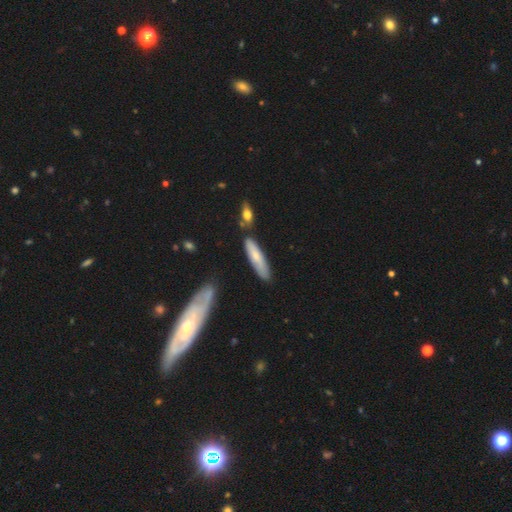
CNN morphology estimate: smooth_or_featured: smooth (p=0.64) [alt: featured or disk p=0.30]
how_rounded: cigar-shaped (p=0.71) [alt: in between p=0.27]
merging: none (p=0.73) [alt: minor disturbance p=0.17]